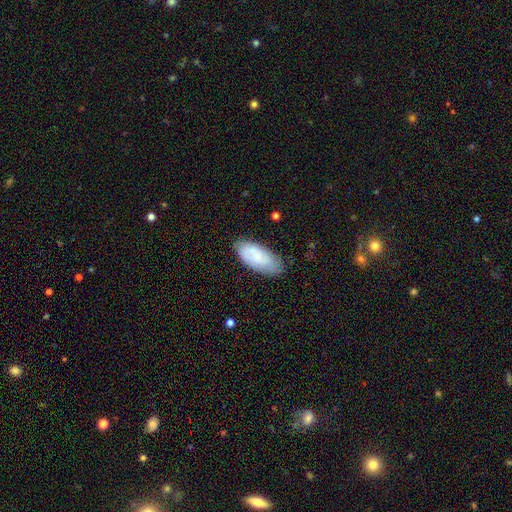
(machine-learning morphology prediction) Smooth or featured: smooth — 70% (featured or disk — 23%)
How rounded: in between — 89% (cigar-shaped — 9%)
Merging: none — 73% (minor disturbance — 21%)